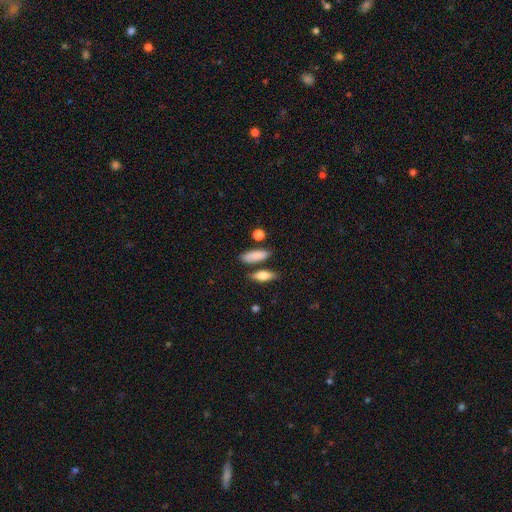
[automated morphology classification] smooth_or_featured: smooth (p=0.86) [alt: featured or disk p=0.08]
how_rounded: in between (p=0.60) [alt: cigar-shaped p=0.35]
merging: none (p=0.75) [alt: minor disturbance p=0.12]